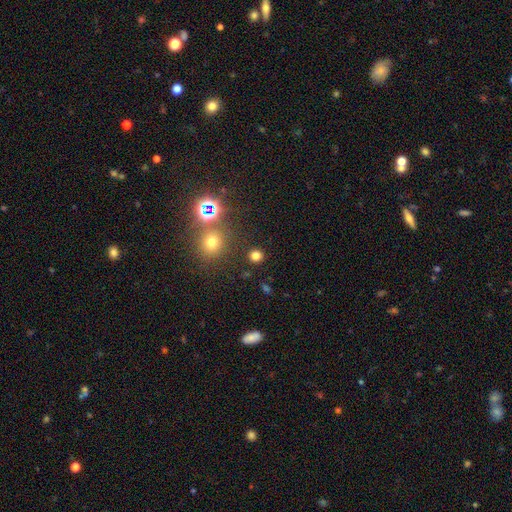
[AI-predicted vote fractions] smooth_or_featured: smooth (p=0.73) [alt: star or artifact p=0.22]
how_rounded: round (p=0.89) [alt: in between p=0.10]
merging: none (p=0.88) [alt: minor disturbance p=0.06]